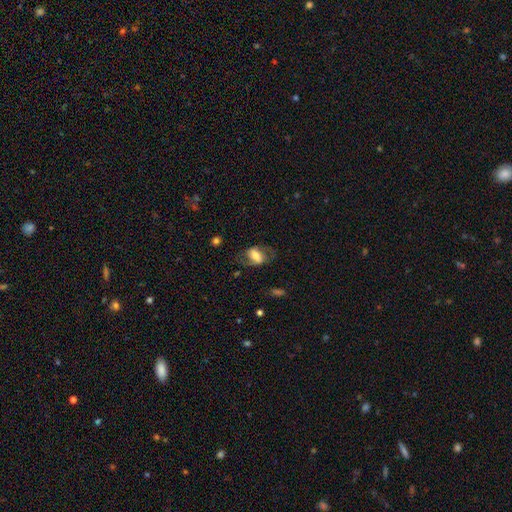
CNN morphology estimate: This is possibly a smooth galaxy (49%). Merging: possibly none (59%).